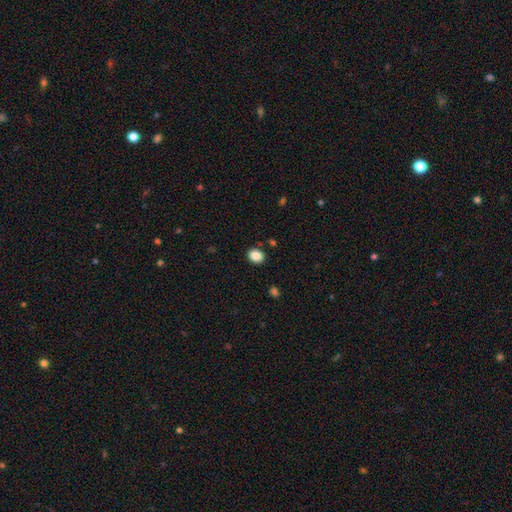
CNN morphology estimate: This appears to be a smooth galaxy with no disk features (88%) that is in between round and cigar-shaped (53%). Merging: none (87%).